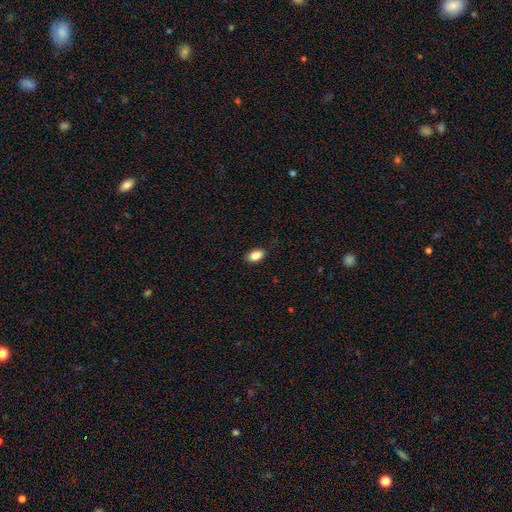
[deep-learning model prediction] Smooth or featured: smooth — 88% (star or artifact — 8%)
How rounded: in between — 91% (round — 6%)
Merging: none — 87% (minor disturbance — 10%)